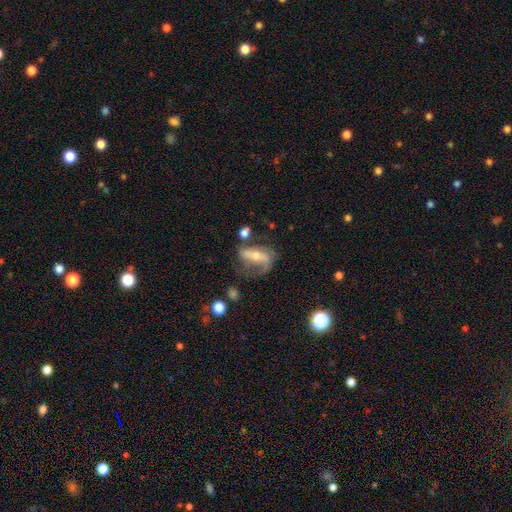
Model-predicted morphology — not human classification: Smooth or featured?
  - featured or disk: 70% *
  - smooth: 21%
  - star or artifact: 9%
Edge-on disk?
  - no: 88% *
  - yes: 12%
Bar?
  - strong: 47% *
  - no: 27%
  - weak: 25%
Spiral arms?
  - yes: 79% *
  - no: 21%
Bulge size?
  - small: 51% *
  - moderate: 41%
  - none: 3%
  - large: 3%
  - dominant: 1%
Merging?
  - none: 42% *
  - major disturbance: 28%
  - minor disturbance: 22%
  - merger: 8%